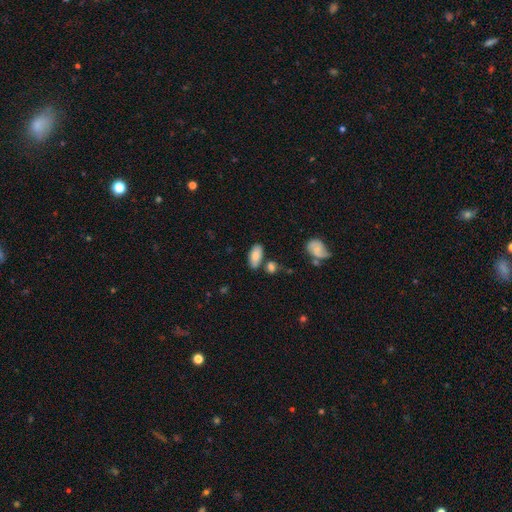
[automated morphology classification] Smooth or featured?
  - smooth: 82% *
  - featured or disk: 11%
  - star or artifact: 7%
How rounded?
  - in between: 91% *
  - cigar-shaped: 6%
  - round: 3%
Merging?
  - none: 70% *
  - minor disturbance: 16%
  - merger: 11%
  - major disturbance: 4%